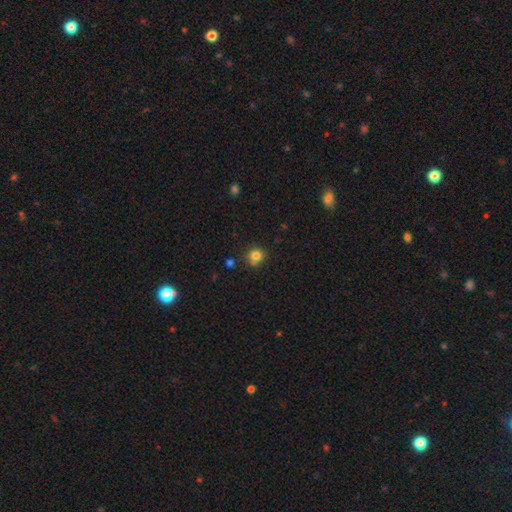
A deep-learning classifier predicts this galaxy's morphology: smooth-or-featured: smooth: 81% | star or artifact: 13% | featured or disk: 6%
  how-rounded: round: 85% | in between: 14% | cigar-shaped: 1%
  merging: none: 74% | minor disturbance: 14% | merger: 9% | major disturbance: 3%